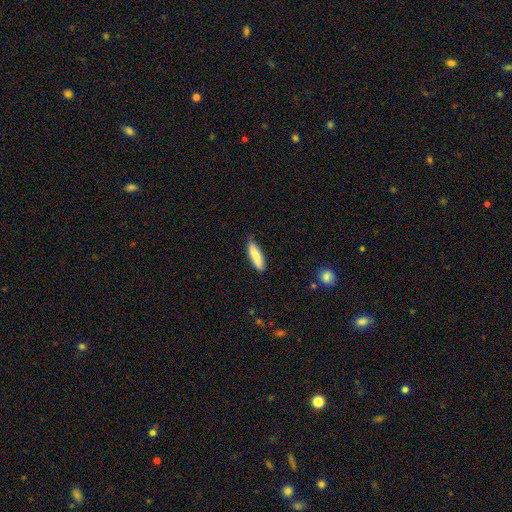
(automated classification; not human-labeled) Smooth or featured: smooth — 85% (featured or disk — 10%)
How rounded: cigar-shaped — 56% (in between — 42%)
Merging: none — 76% (minor disturbance — 20%)